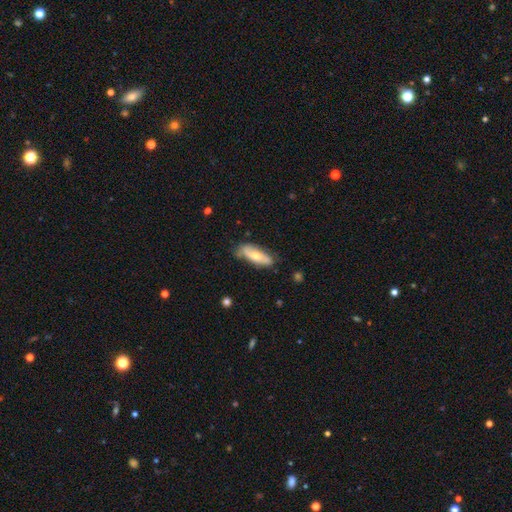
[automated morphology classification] smooth 55%, featured or disk 39%, star or artifact 6%. Down the decision tree: how rounded — in between (66%); merging — none (66%).